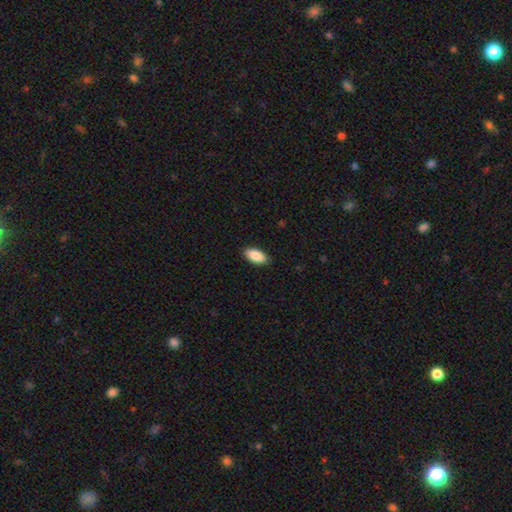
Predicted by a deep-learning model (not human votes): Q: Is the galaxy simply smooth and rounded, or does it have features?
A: smooth — 89%.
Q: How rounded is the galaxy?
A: in between — 92%.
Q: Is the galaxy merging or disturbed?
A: none — 88%.